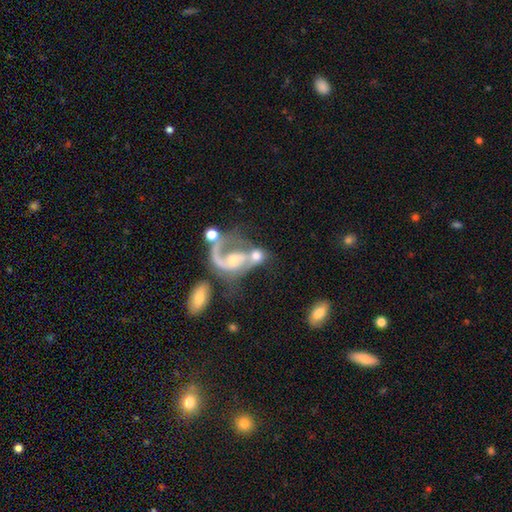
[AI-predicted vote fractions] Smooth or featured: featured or disk — 61% (smooth — 30%)
Edge-on disk: no — 96% (yes — 4%)
Bar: no — 64% (weak — 27%)
Spiral arms: yes — 74% (no — 26%)
Bulge size: moderate — 50% (small — 27%)
Merging: merger — 60% (major disturbance — 16%)